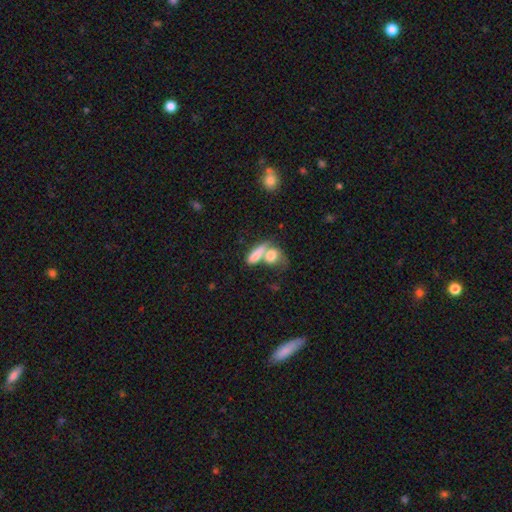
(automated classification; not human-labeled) A smooth galaxy with no disk features (76%) that is in between round and cigar-shaped (66%).

Vote fractions:
- Smooth or featured? smooth: 76% / featured or disk: 17% / star or artifact: 8%
- How rounded? in between: 66% / cigar-shaped: 22% / round: 12%
- Merging? merger: 61% / none: 24% / minor disturbance: 8% / major disturbance: 7%